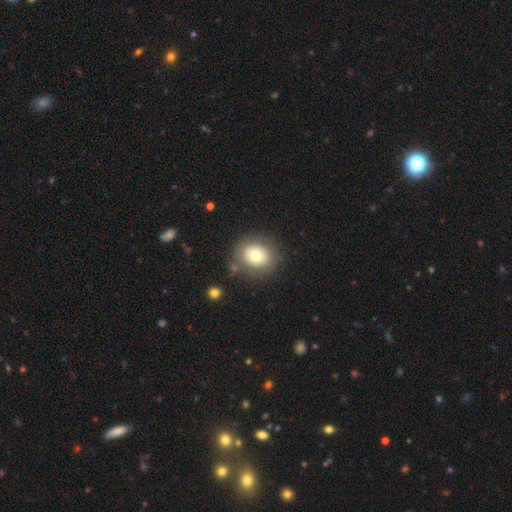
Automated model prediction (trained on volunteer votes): A smooth galaxy with no disk features (69%) that is round (73%). Merging: none (80%).